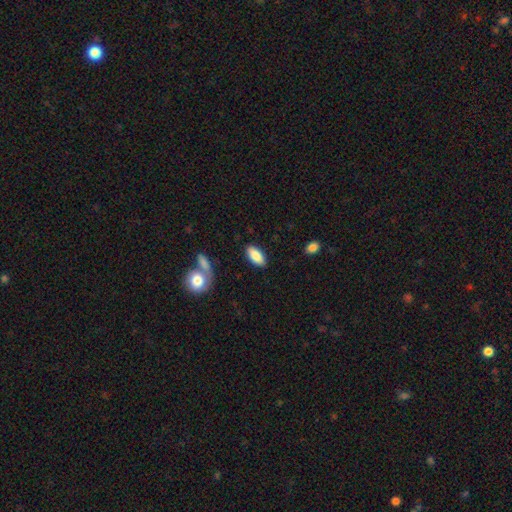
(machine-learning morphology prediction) smooth_or_featured: smooth (p=0.86) [alt: featured or disk p=0.07]
how_rounded: in between (p=0.88) [alt: cigar-shaped p=0.10]
merging: none (p=0.86) [alt: minor disturbance p=0.09]